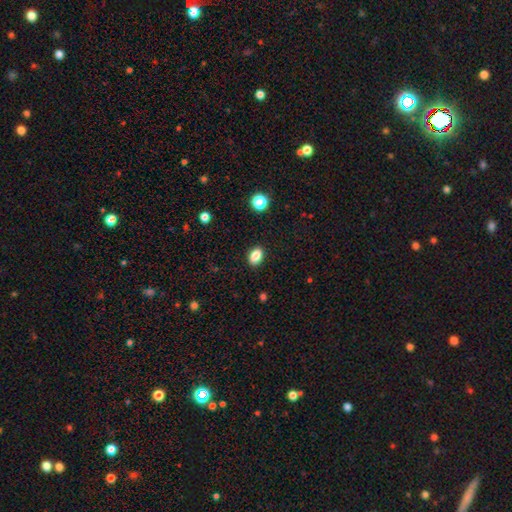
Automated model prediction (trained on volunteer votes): The model was most divided on "how rounded": in between: 79%, round: 20%, cigar-shaped: 1%. More confident: merging — none (89%); smooth or featured — smooth (86%).